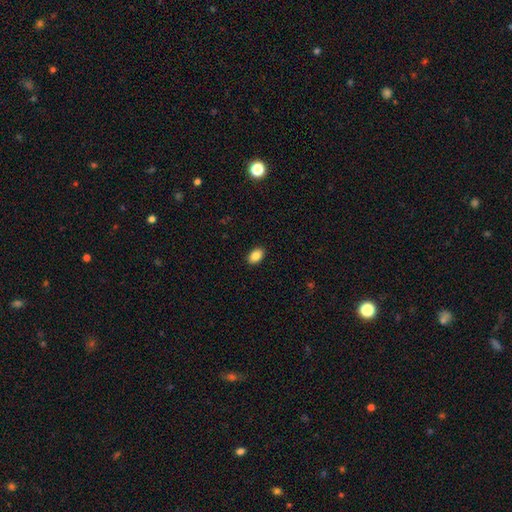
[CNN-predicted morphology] Smooth or featured? Predicted: smooth (p=0.87). How rounded? Predicted: in between (p=0.87). Merging? Predicted: none (p=0.90).